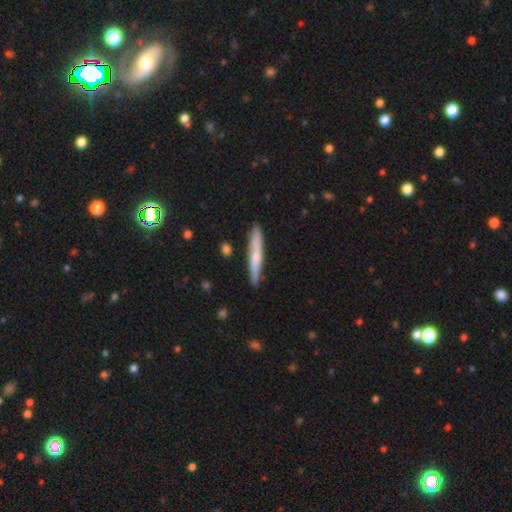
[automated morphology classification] smooth 55%, featured or disk 39%, star or artifact 6%. Down the decision tree: how rounded — cigar-shaped (95%); merging — none (87%).